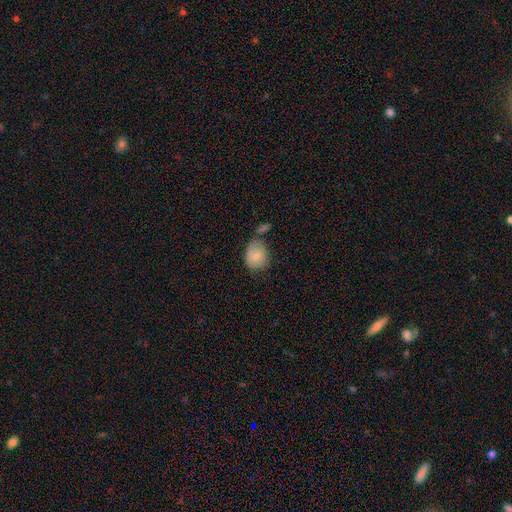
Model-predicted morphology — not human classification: Smooth or featured? smooth (82%)
How rounded? round (55%)
Merging? none (50%)